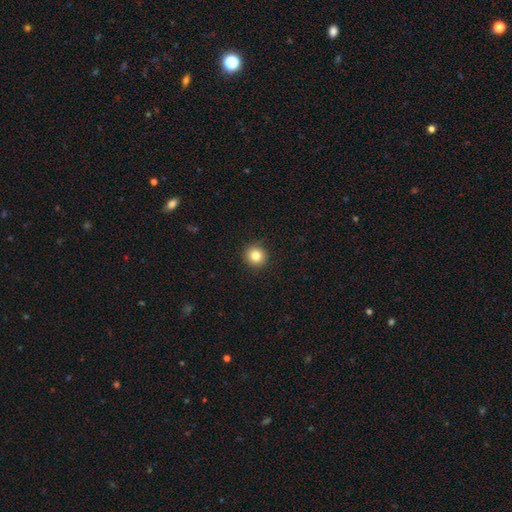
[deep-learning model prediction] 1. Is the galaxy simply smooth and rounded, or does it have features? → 82% smooth, 11% star or artifact, 7% featured or disk.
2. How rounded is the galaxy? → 94% round, 6% in between, 1% cigar-shaped.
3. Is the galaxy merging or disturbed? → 92% none, 5% minor disturbance, 2% major disturbance, 1% merger.